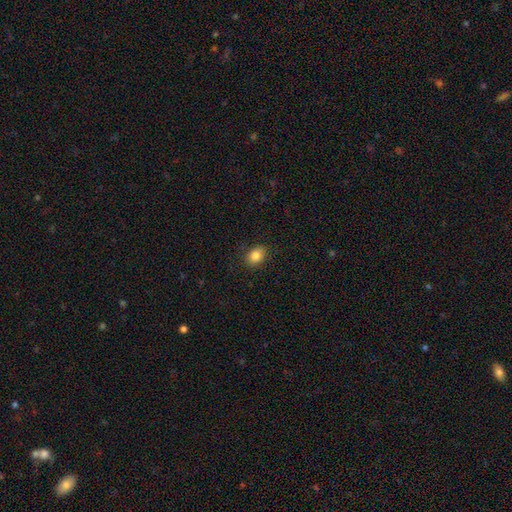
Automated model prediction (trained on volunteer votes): A smooth galaxy with no disk features (85%) that is in between round and cigar-shaped (66%).

Vote fractions:
- Smooth or featured? smooth: 85% / star or artifact: 9% / featured or disk: 6%
- How rounded? in between: 66% / round: 33% / cigar-shaped: 1%
- Merging? none: 87% / minor disturbance: 10% / major disturbance: 2% / merger: 1%